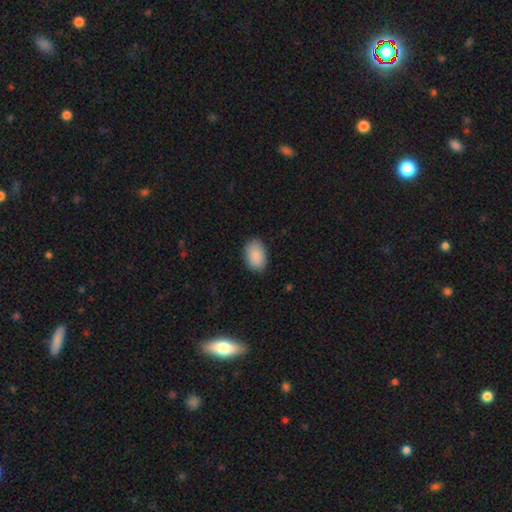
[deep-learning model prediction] Overall: smooth (90%). How rounded: in between (88%). Merging: none (86%).